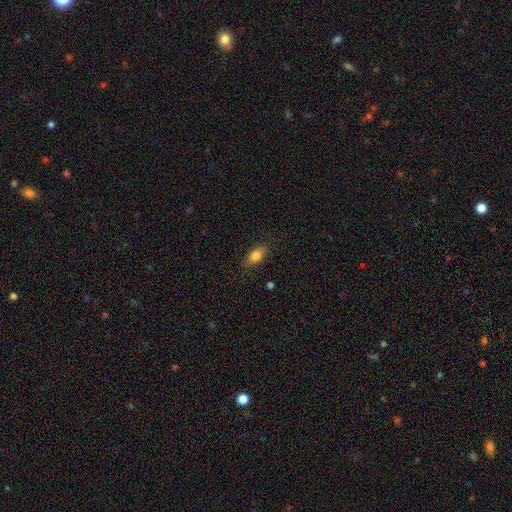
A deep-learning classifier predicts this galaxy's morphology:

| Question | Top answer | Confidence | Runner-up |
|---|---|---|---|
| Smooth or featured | smooth | 81% | featured or disk (11%) |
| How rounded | in between | 86% | cigar-shaped (8%) |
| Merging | none | 83% | minor disturbance (13%) |